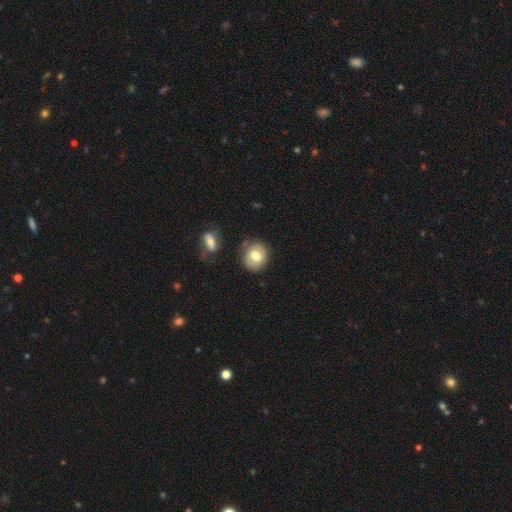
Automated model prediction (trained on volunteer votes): The model was most divided on "how rounded": round: 68%, in between: 31%, cigar-shaped: 1%. More confident: merging — none (76%); smooth or featured — smooth (70%).